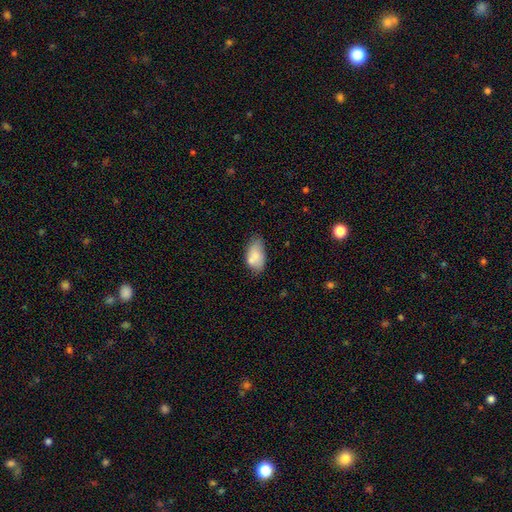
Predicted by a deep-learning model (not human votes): smooth 77%, featured or disk 15%, star or artifact 8%. Down the decision tree: how rounded — in between (92%); merging — none (48%).